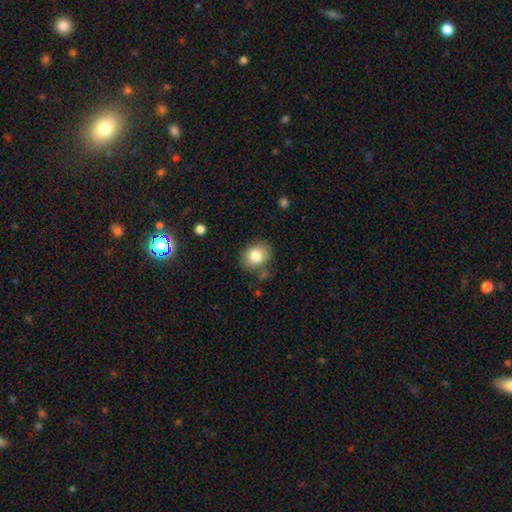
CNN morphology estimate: Smooth or featured? Predicted: smooth (p=0.81). How rounded? Predicted: round (p=0.51). Merging? Predicted: none (p=0.79).